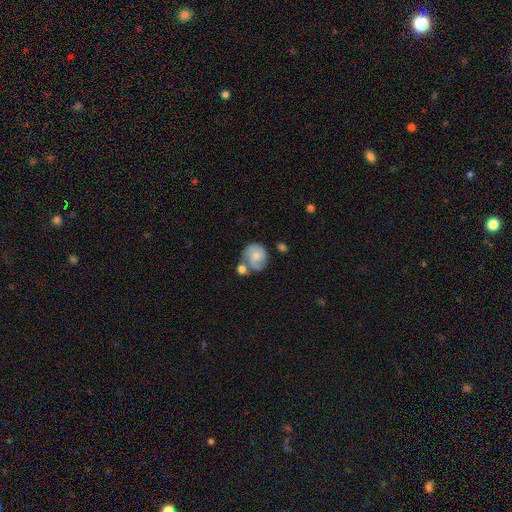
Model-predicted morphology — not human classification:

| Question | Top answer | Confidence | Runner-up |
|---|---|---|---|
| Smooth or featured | smooth | 47% | featured or disk (46%) |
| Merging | none | 42% | merger (25%) |